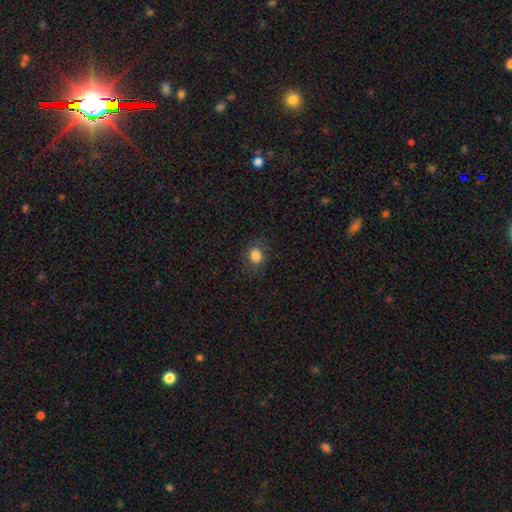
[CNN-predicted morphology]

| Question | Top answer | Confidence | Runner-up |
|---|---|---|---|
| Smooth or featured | smooth | 83% | star or artifact (11%) |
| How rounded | round | 61% | in between (38%) |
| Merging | none | 83% | minor disturbance (12%) |